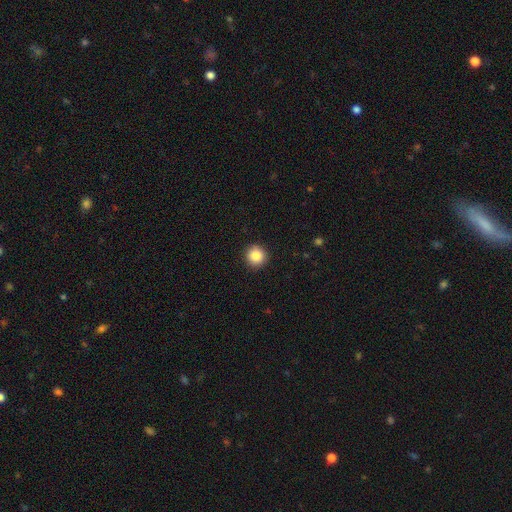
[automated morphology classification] A smooth galaxy with no disk features (87%) that is round (95%). Merging: none (92%).